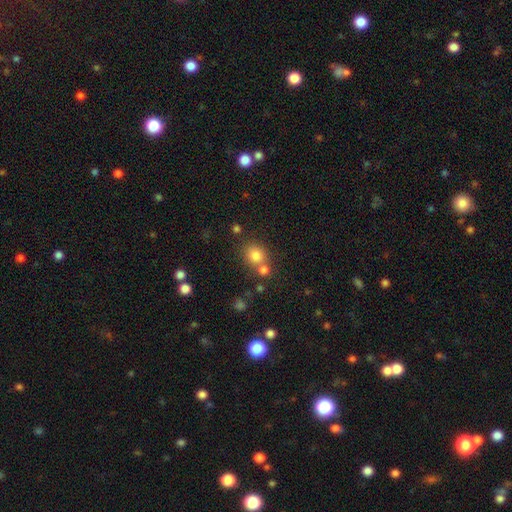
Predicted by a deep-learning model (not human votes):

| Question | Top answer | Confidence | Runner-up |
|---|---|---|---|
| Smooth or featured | smooth | 81% | star or artifact (12%) |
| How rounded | round | 77% | in between (22%) |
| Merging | none | 59% | merger (28%) |